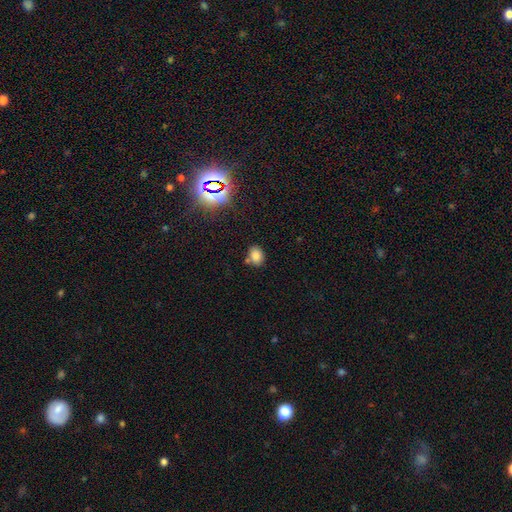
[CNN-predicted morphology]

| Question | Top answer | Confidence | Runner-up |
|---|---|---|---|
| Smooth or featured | smooth | 78% | star or artifact (15%) |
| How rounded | in between | 55% | round (44%) |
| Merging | none | 72% | minor disturbance (13%) |